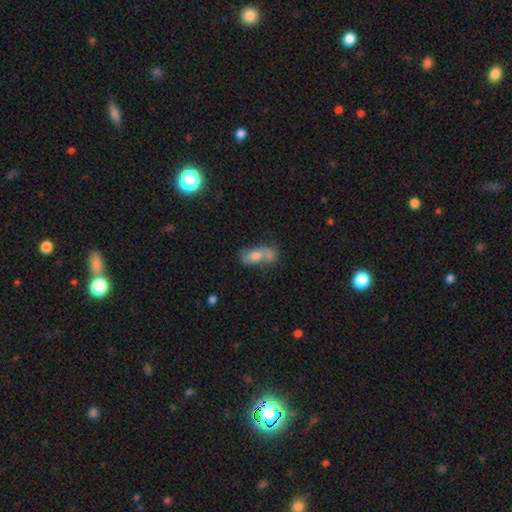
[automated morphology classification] This is possibly a smooth galaxy (57%). How rounded: clearly in between (81%). Merging: marginally merger (39%).